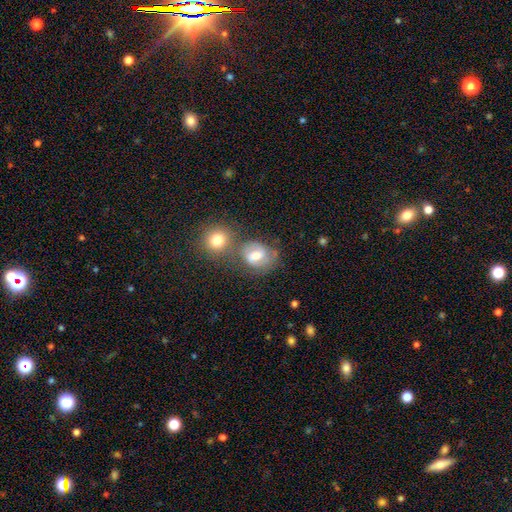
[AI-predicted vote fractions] Morphology: type=smooth (46%); merging=none (48%).